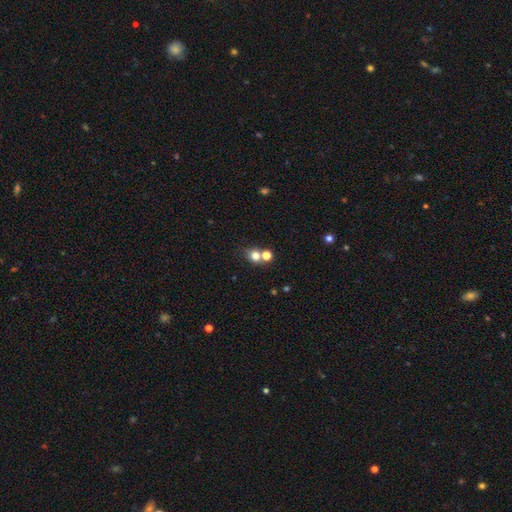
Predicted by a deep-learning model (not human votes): Morphology: type=smooth (73%); roundness=round (73%); merging=none (53%).